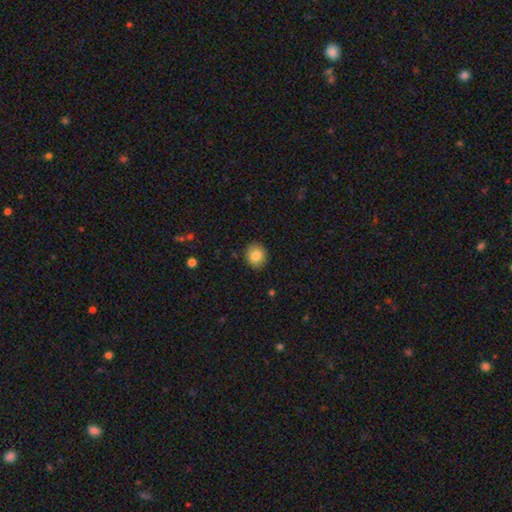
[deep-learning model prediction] This is clearly a smooth galaxy (83%). How rounded: likely round (75%). Merging: clearly none (89%).